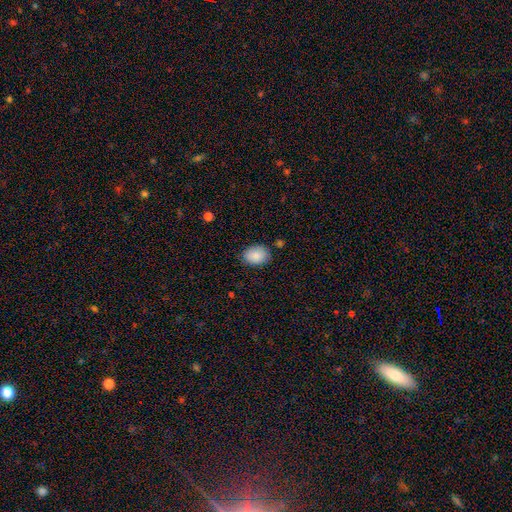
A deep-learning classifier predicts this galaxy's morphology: Smooth or featured? smooth (88%)
How rounded? in between (72%)
Merging? none (79%)